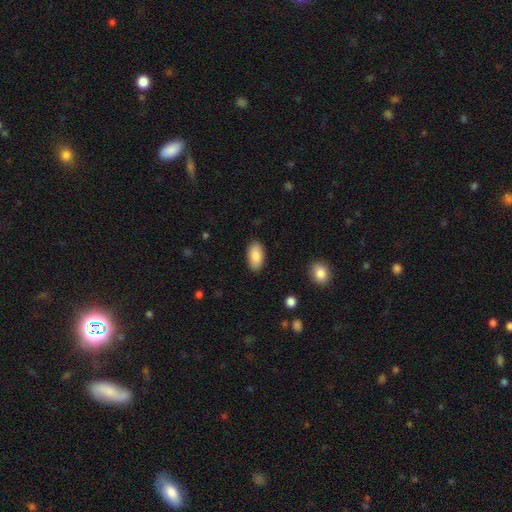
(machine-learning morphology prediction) smooth 87%, featured or disk 7%, star or artifact 6%. Down the decision tree: how rounded — in between (94%); merging — none (88%).